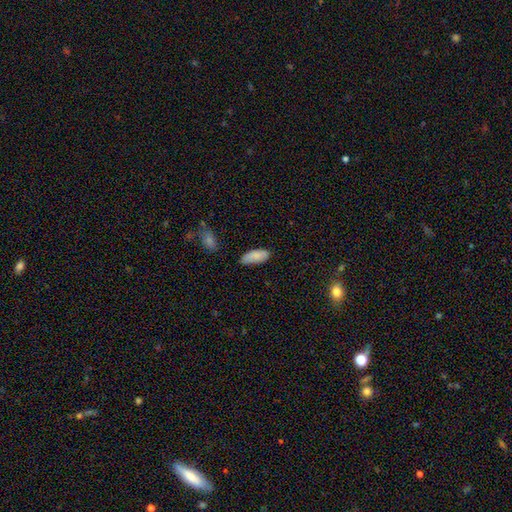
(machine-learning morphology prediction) The model was most divided on "merging": none: 72%, minor disturbance: 22%, major disturbance: 4%, merger: 2%. More confident: smooth or featured — smooth (85%); how rounded — in between (85%).